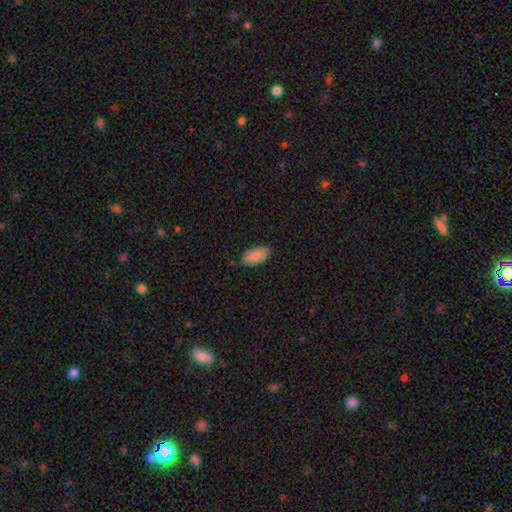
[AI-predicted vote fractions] smooth 87%, featured or disk 6%, star or artifact 6%. Down the decision tree: how rounded — in between (92%); merging — none (82%).